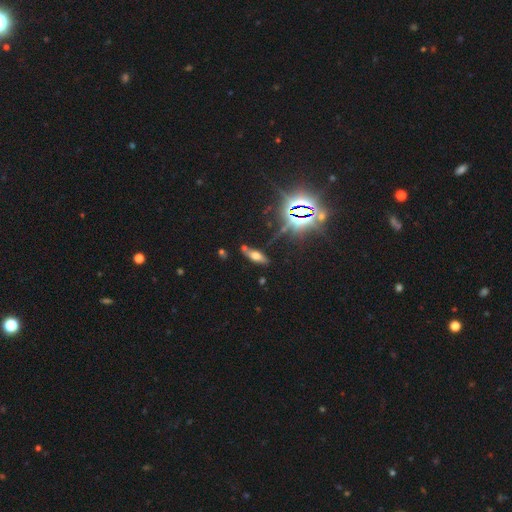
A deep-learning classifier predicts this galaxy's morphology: Overall: smooth (44%; featured or disk 30%). Merging: none (70%).